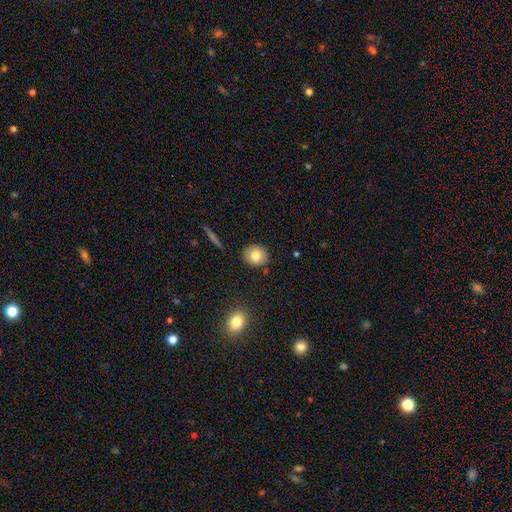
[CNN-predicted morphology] Q: Smooth or featured?
A: smooth (79%); runner-up: featured or disk (12%)
Q: How rounded?
A: round (81%); runner-up: in between (18%)
Q: Merging?
A: none (87%); runner-up: minor disturbance (8%)